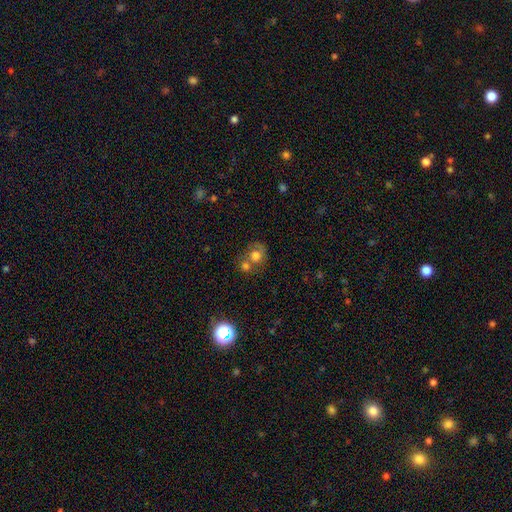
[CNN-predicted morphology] Q: Smooth or featured?
A: smooth (61%); runner-up: featured or disk (27%)
Q: How rounded?
A: round (70%); runner-up: in between (29%)
Q: Merging?
A: merger (50%); runner-up: none (31%)